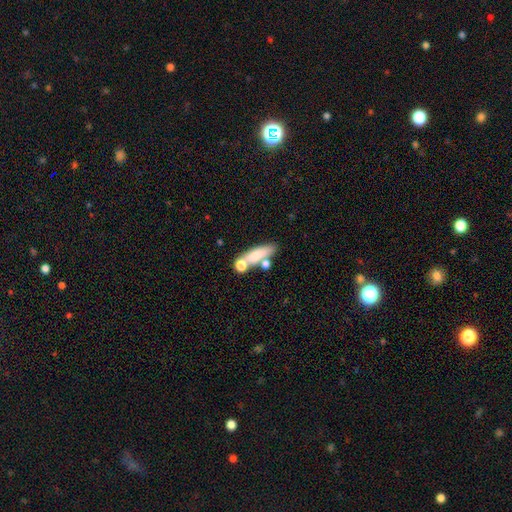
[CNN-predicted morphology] Smooth or featured: smooth — 67% (featured or disk — 23%)
How rounded: cigar-shaped — 48% (in between — 44%)
Merging: none — 46% (merger — 31%)